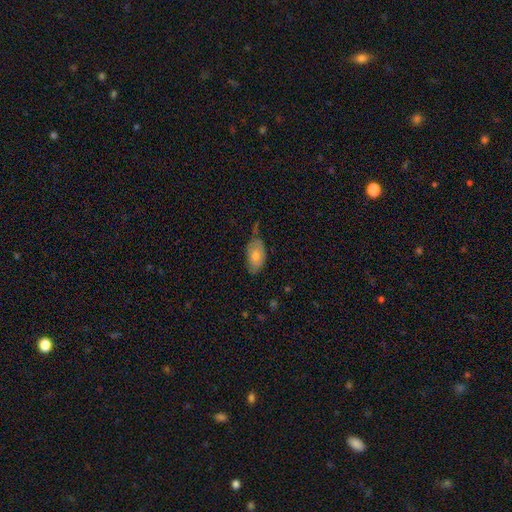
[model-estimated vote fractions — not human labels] Smooth or featured? smooth (68%)
How rounded? in between (92%)
Merging? none (61%)